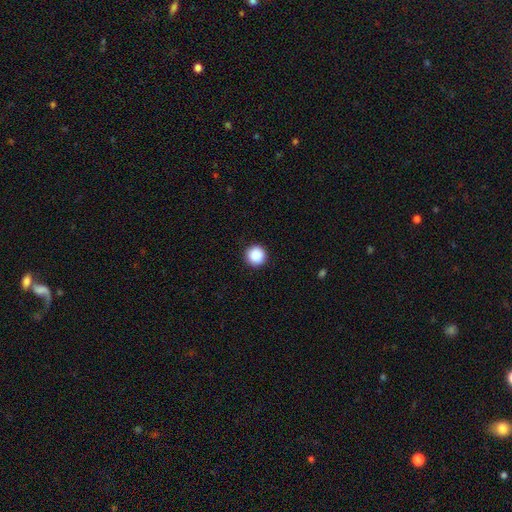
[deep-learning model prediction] Q: Smooth or featured?
A: smooth (89%); runner-up: star or artifact (9%)
Q: How rounded?
A: round (96%); runner-up: in between (3%)
Q: Merging?
A: none (93%); runner-up: minor disturbance (4%)